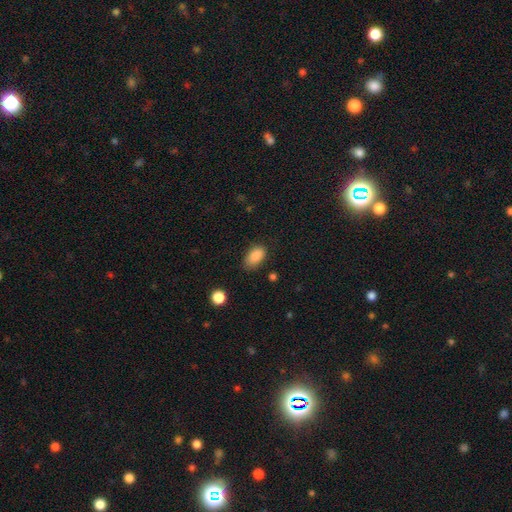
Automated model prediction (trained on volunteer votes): smooth-or-featured: smooth: 87% | star or artifact: 8% | featured or disk: 5%
  how-rounded: in between: 91% | round: 7% | cigar-shaped: 2%
  merging: none: 74% | minor disturbance: 20% | major disturbance: 4% | merger: 2%